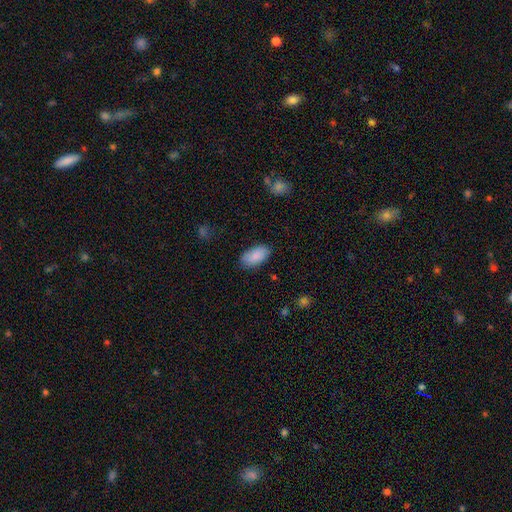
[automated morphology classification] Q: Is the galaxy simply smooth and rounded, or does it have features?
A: smooth — 88%.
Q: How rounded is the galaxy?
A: in between — 95%.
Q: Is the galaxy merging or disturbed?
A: none — 83%.